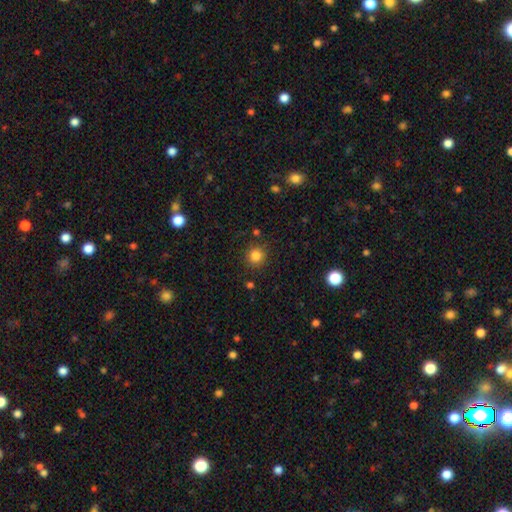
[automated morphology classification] Overall: smooth (84%). How rounded: round (92%). Merging: none (88%).